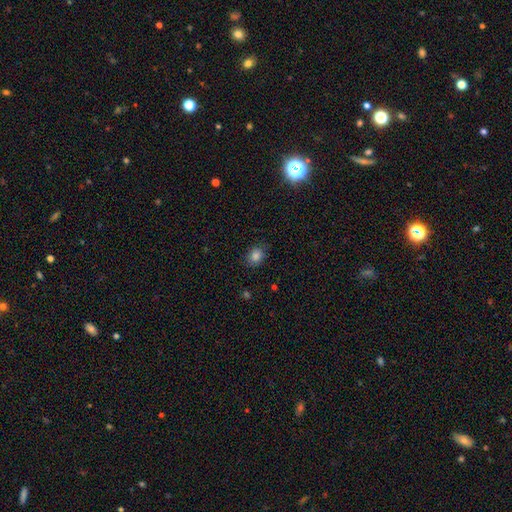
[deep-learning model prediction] smooth_or_featured: smooth (p=0.83) [alt: star or artifact p=0.11]
how_rounded: round (p=0.53) [alt: in between p=0.46]
merging: none (p=0.81) [alt: minor disturbance p=0.15]